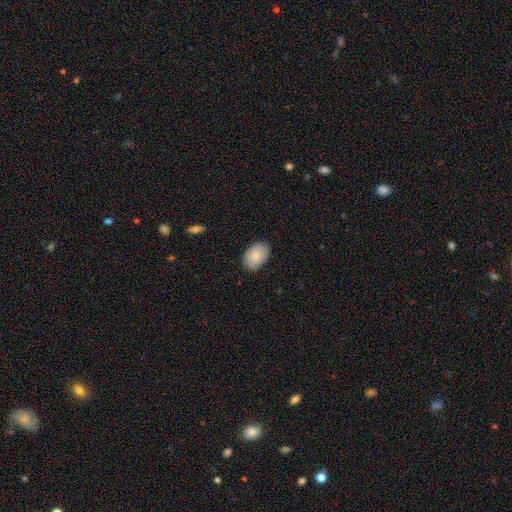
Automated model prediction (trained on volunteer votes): smooth-or-featured: smooth: 82% | featured or disk: 12% | star or artifact: 6%
  how-rounded: in between: 88% | round: 11% | cigar-shaped: 1%
  merging: none: 81% | minor disturbance: 16% | major disturbance: 3% | merger: 1%